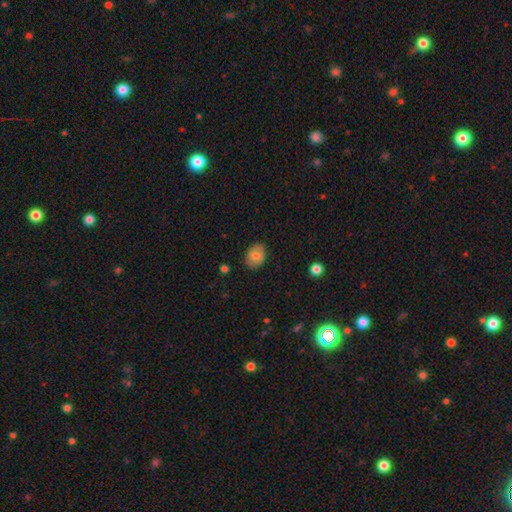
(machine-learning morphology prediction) This is likely a smooth galaxy (76%). How rounded: likely in between (68%). Merging: clearly none (82%).